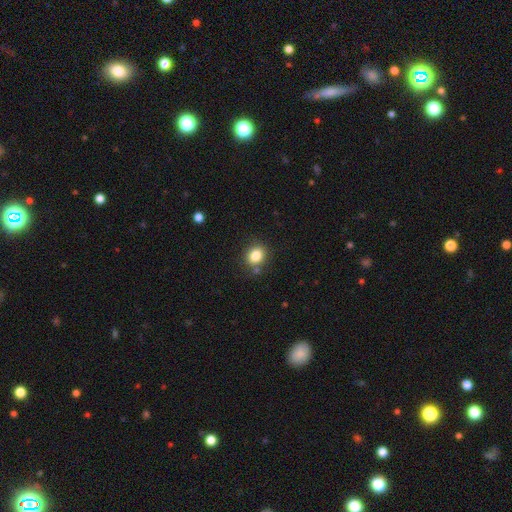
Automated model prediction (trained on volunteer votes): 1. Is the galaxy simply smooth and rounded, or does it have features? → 83% smooth, 11% star or artifact, 6% featured or disk.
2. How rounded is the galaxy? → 63% round, 36% in between, 1% cigar-shaped.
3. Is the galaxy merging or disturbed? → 81% none, 11% minor disturbance, 5% merger, 3% major disturbance.